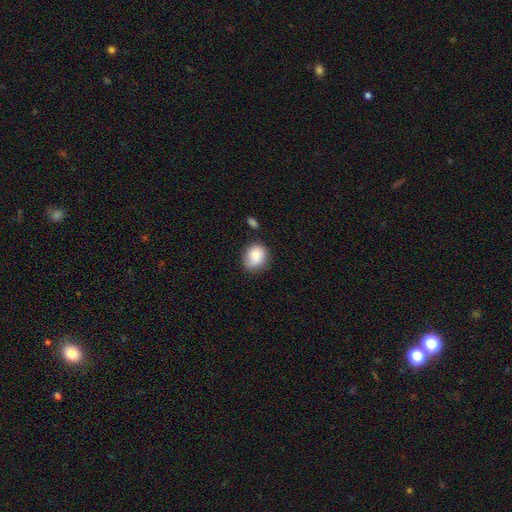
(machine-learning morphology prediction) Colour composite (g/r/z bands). It shows a smooth galaxy with no disk features (80%) that is round (61%). Merging: none (68%).